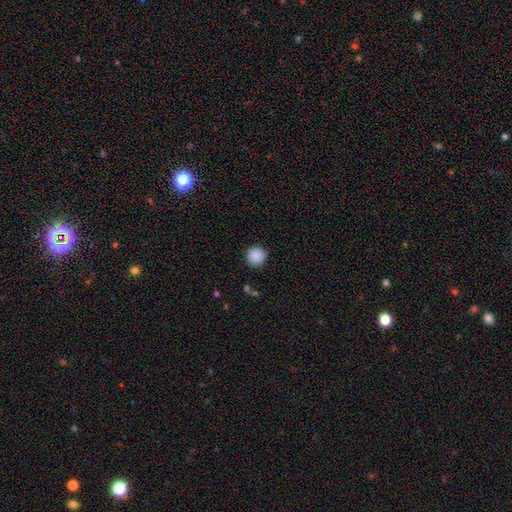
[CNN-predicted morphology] type=smooth (88%); roundness=round (95%); merging=none (89%).